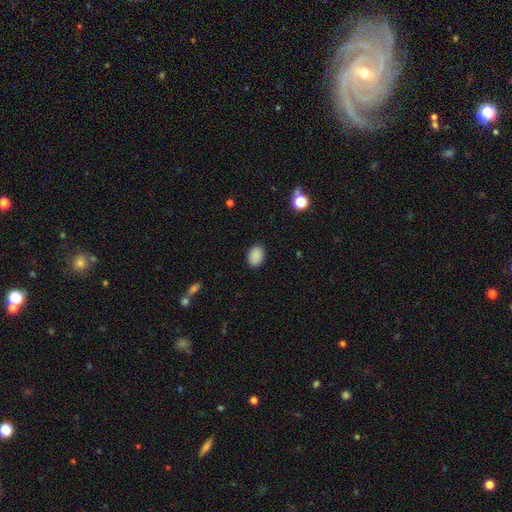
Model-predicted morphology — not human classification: type=smooth (89%); roundness=in between (77%); merging=none (89%).